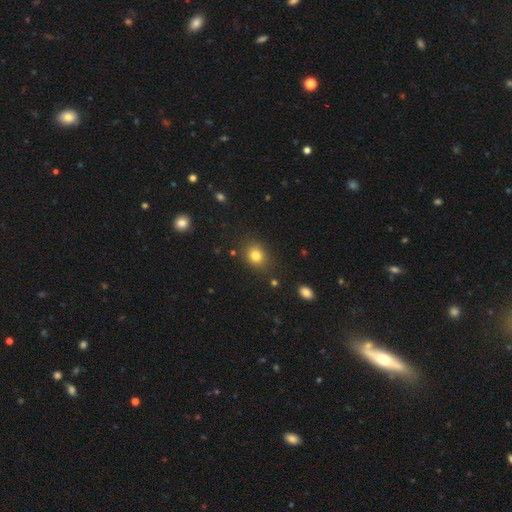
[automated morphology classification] smooth-or-featured: smooth: 80% | star or artifact: 13% | featured or disk: 8%
  how-rounded: round: 60% | in between: 39% | cigar-shaped: 1%
  merging: none: 82% | minor disturbance: 12% | major disturbance: 4% | merger: 3%